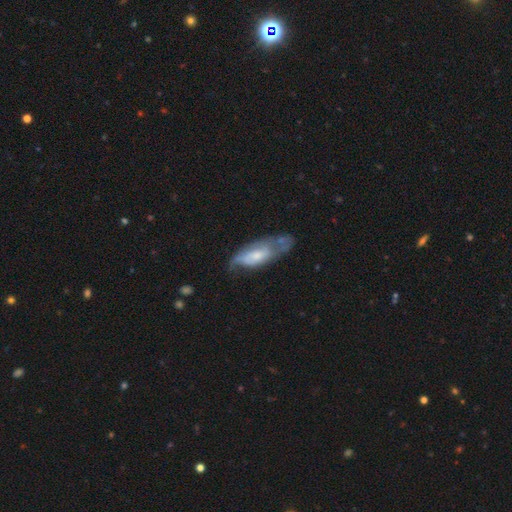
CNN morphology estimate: smooth-or-featured: featured or disk: 59% | smooth: 35% | star or artifact: 6%
  disk-edge-on: no: 85% | yes: 15%
  merging: none: 39% | minor disturbance: 31% | major disturbance: 24% | merger: 6%